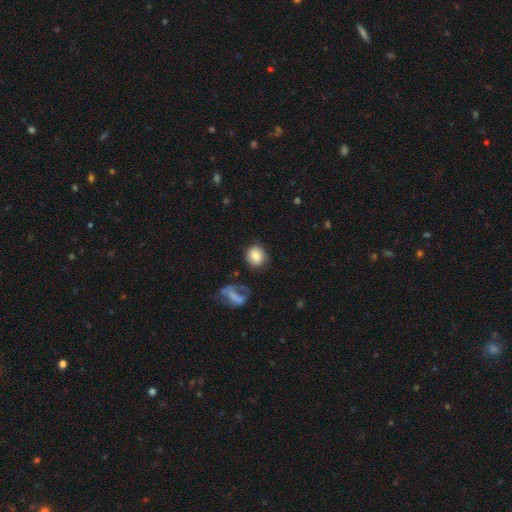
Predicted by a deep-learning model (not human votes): Smooth or featured: smooth — 80% (featured or disk — 11%)
How rounded: round — 71% (in between — 27%)
Merging: none — 72% (minor disturbance — 16%)